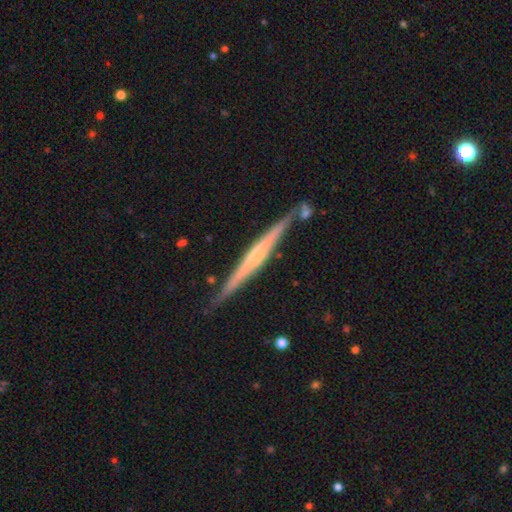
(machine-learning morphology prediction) This is likely a featured or disk galaxy (73%). It is clearly viewed edge-on (98%). Edge-on bulge: possibly rounded (49%). Merging: clearly none (81%).